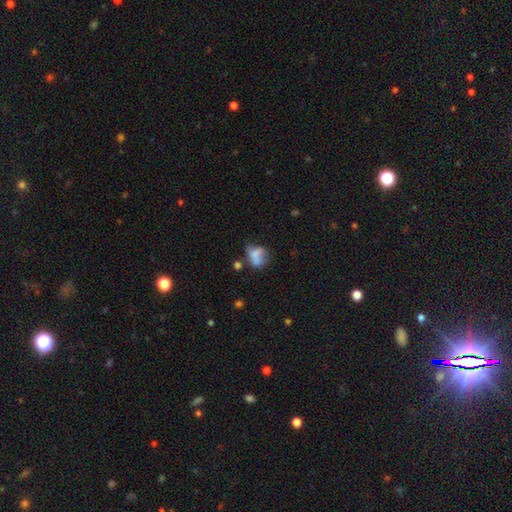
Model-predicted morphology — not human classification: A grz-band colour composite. It shows a smooth galaxy with no disk features (59%) that is in between round and cigar-shaped (62%). Merging: none (28%).